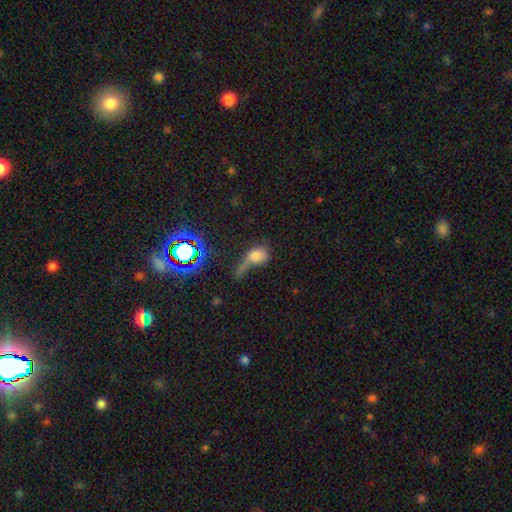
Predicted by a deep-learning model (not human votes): smooth_or_featured: smooth (p=0.65) [alt: featured or disk p=0.18]
how_rounded: in between (p=0.55) [alt: round p=0.40]
merging: major disturbance (p=0.38) [alt: merger p=0.24]